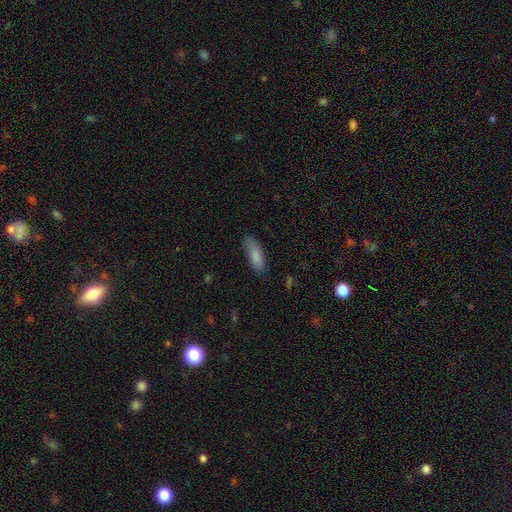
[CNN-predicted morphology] The model was most divided on "how rounded": in between: 65%, cigar-shaped: 33%, round: 2%. More confident: smooth or featured — smooth (86%); merging — none (82%).